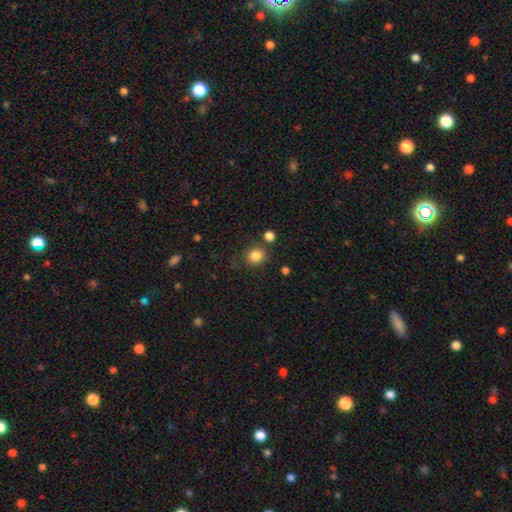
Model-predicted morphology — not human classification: Smooth or featured: smooth — 85% (star or artifact — 11%)
How rounded: round — 79% (in between — 20%)
Merging: none — 80% (minor disturbance — 10%)